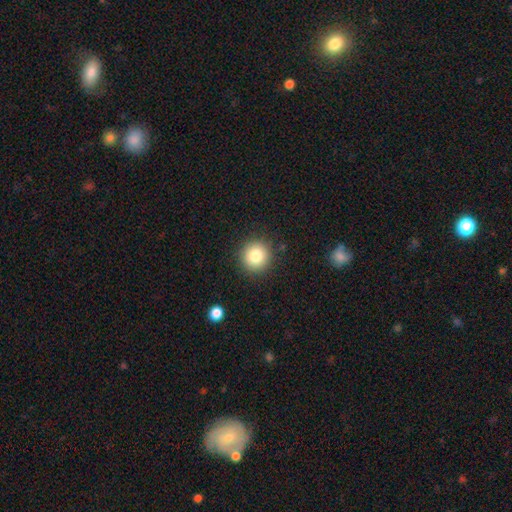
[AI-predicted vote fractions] Q: Smooth or featured?
A: smooth (83%); runner-up: star or artifact (10%)
Q: How rounded?
A: round (94%); runner-up: in between (5%)
Q: Merging?
A: none (89%); runner-up: minor disturbance (7%)